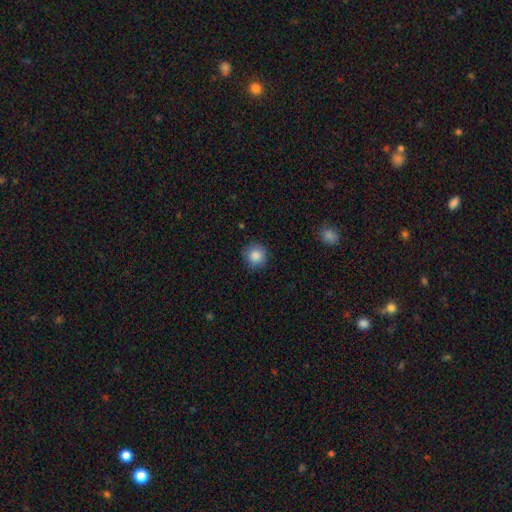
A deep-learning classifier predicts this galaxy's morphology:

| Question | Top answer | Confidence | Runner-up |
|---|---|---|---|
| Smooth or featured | smooth | 87% | star or artifact (9%) |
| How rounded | round | 93% | in between (6%) |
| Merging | none | 86% | minor disturbance (11%) |